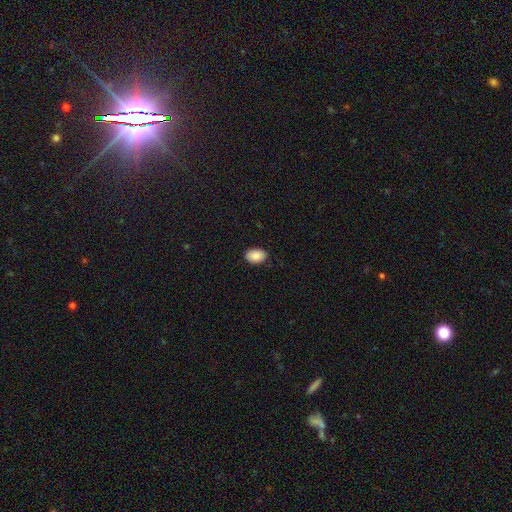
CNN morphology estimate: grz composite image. It shows a smooth galaxy with no disk features (89%) that is in between round and cigar-shaped (88%). Merging: none (87%).